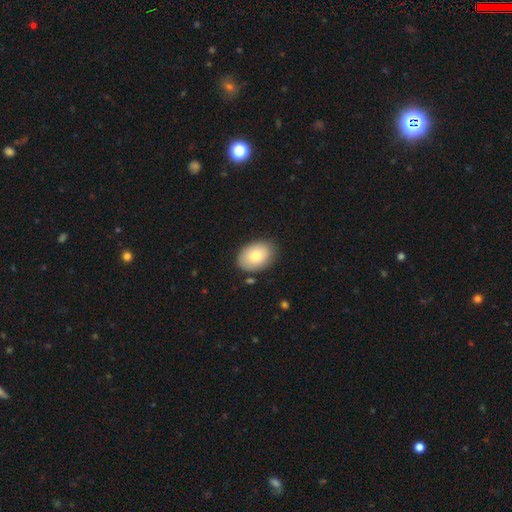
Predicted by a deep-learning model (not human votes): Overall: smooth (79%). How rounded: in between (81%). Merging: none (83%).